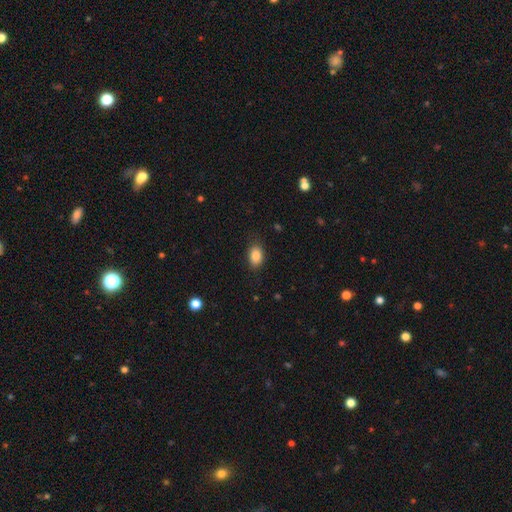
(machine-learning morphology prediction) type=smooth (86%); roundness=in between (82%); merging=none (81%).